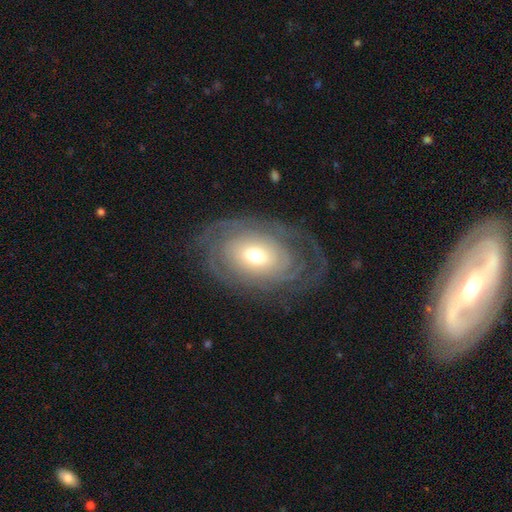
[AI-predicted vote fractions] smooth-or-featured: featured or disk: 76% | smooth: 17% | star or artifact: 6%
  disk-edge-on: no: 94% | yes: 6%
    bar: no: 71% | weak: 22% | strong: 8%
    has-spiral-arms: yes: 84% | no: 16%
      spiral-winding: tight: 73% | medium: 19% | loose: 8%
      spiral-arm-count: can't tell: 47% | 2: 23% | 3: 11% | 4: 7% | 1: 6% | more than 4: 6%
    bulge-size: moderate: 60% | small: 28% | large: 10% | dominant: 2% | none: 1%
  merging: none: 72% | minor disturbance: 16% | major disturbance: 10% | merger: 1%